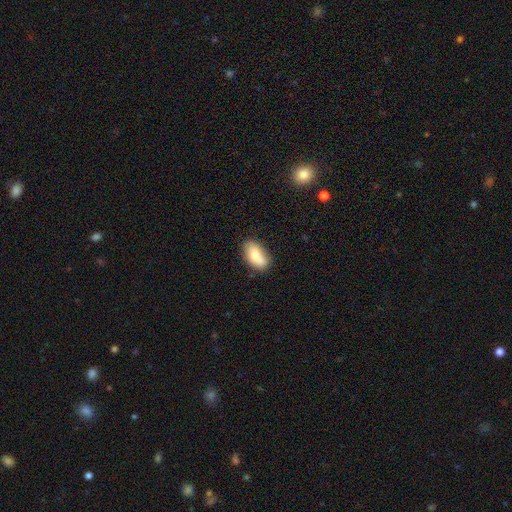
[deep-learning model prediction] smooth-or-featured: smooth: 79% | featured or disk: 14% | star or artifact: 7%
  how-rounded: in between: 91% | cigar-shaped: 5% | round: 4%
  merging: none: 73% | minor disturbance: 19% | merger: 4% | major disturbance: 4%